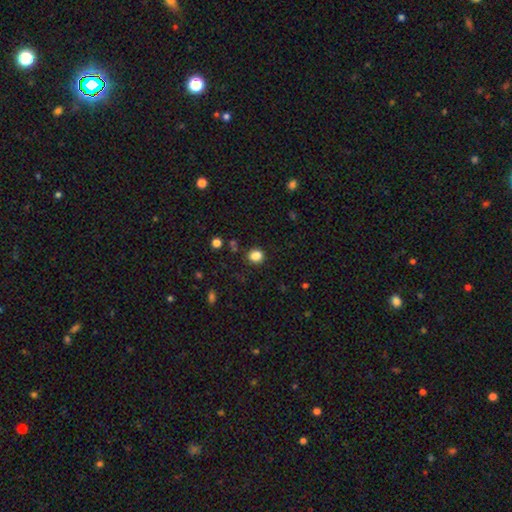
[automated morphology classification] Smooth or featured? Predicted: smooth (p=0.84). How rounded? Predicted: round (p=0.64). Merging? Predicted: none (p=0.81).